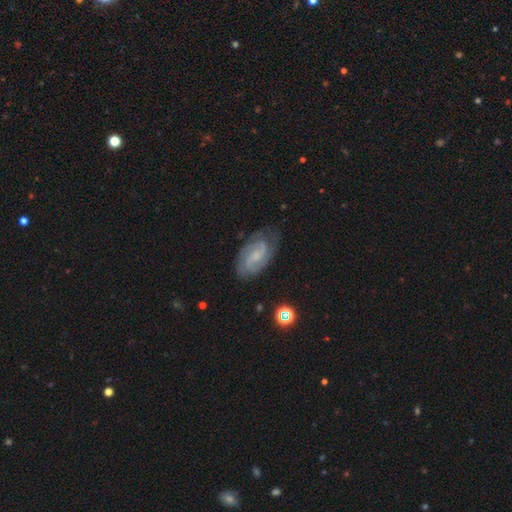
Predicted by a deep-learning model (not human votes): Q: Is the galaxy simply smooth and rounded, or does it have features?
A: featured or disk — 82%.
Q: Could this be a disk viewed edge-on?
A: no — 97%.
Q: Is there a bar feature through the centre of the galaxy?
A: weak — 49%.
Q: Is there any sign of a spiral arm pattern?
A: yes — 97%.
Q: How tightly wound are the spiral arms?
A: medium — 45%.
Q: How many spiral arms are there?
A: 2 — 78%.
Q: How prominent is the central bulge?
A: small — 55%.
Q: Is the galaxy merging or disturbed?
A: none — 75%.